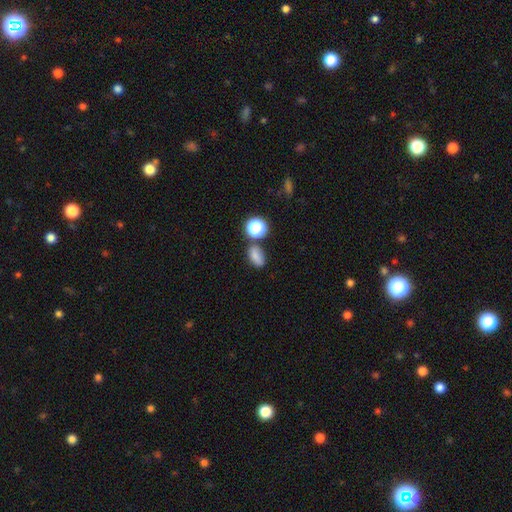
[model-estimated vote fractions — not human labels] smooth-or-featured: smooth: 78% | star or artifact: 15% | featured or disk: 7%
  how-rounded: in between: 79% | round: 19% | cigar-shaped: 2%
  merging: none: 67% | minor disturbance: 15% | merger: 13% | major disturbance: 5%